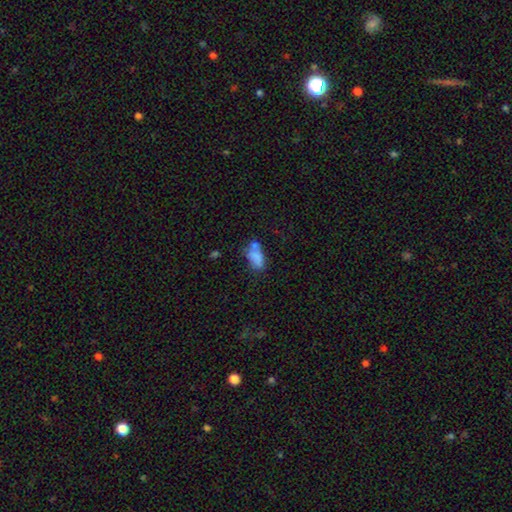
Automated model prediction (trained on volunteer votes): Overall: smooth (73%). How rounded: in between (88%). Merging: none (41%; merger 24%).